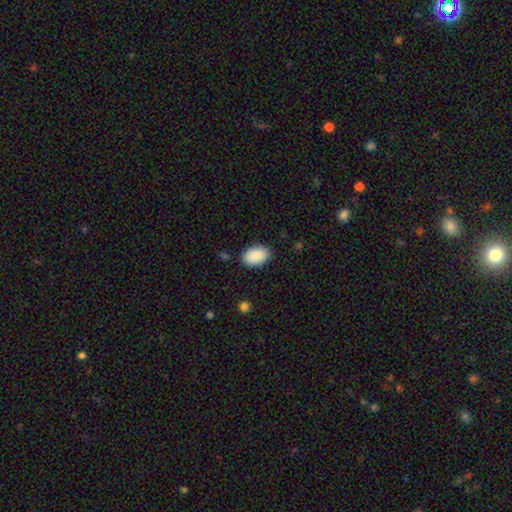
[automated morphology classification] Smooth or featured: smooth — 89% (star or artifact — 6%)
How rounded: in between — 86% (round — 13%)
Merging: none — 87% (minor disturbance — 10%)